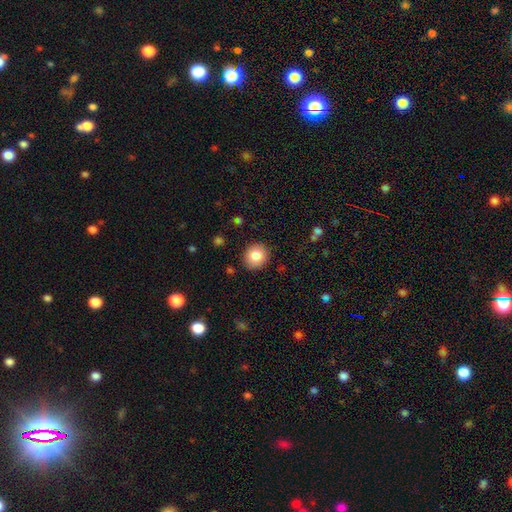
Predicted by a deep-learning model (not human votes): Morphology: type=smooth (85%); roundness=round (85%); merging=none (89%).